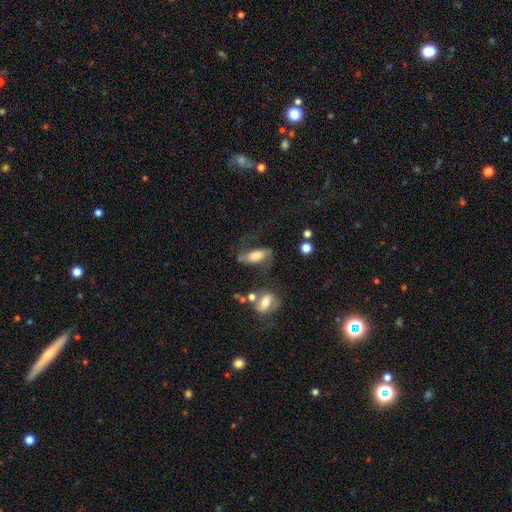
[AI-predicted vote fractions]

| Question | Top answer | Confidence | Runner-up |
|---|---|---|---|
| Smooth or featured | smooth | 58% | featured or disk (33%) |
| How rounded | in between | 77% | cigar-shaped (20%) |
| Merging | none | 45% | major disturbance (24%) |